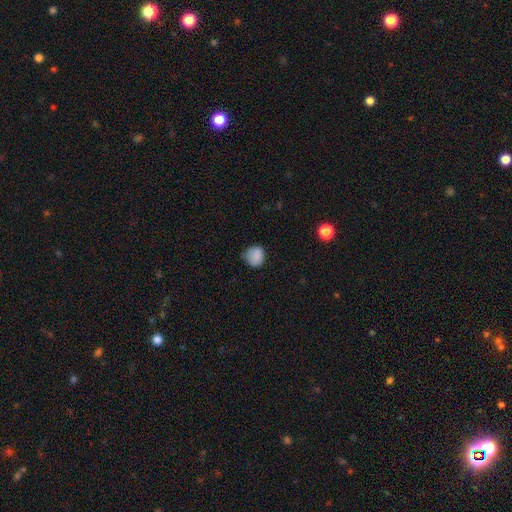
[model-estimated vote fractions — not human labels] This appears to be a smooth galaxy with no disk features (84%) that is round (81%). Merging: none (71%).